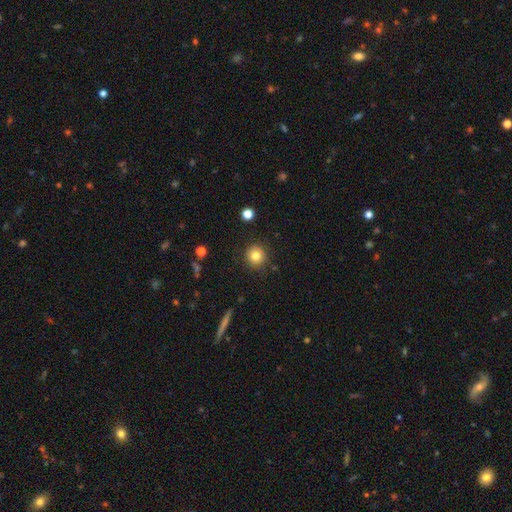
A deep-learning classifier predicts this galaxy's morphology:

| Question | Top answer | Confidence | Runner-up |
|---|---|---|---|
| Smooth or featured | smooth | 81% | star or artifact (11%) |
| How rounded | round | 93% | in between (6%) |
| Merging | none | 90% | minor disturbance (7%) |